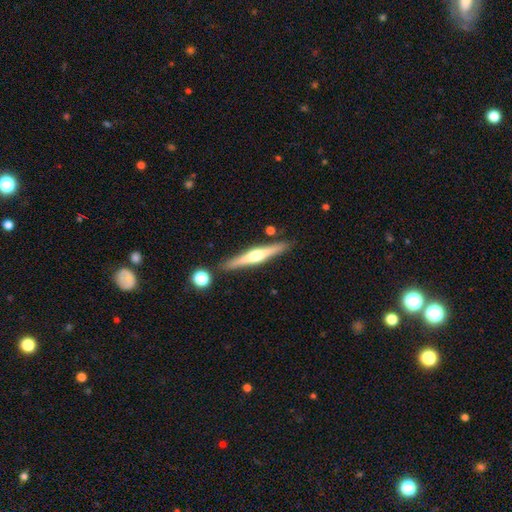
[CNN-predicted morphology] type=featured or disk (70%); edge-on=yes (98%); edge-on bulge=rounded (89%); merging=none (86%).